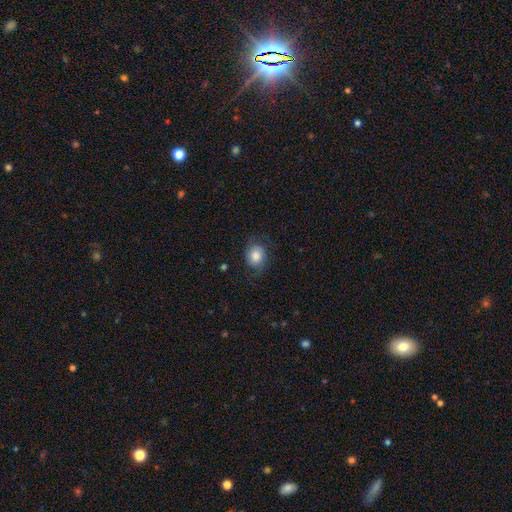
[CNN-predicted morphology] Smooth or featured?
  - smooth: 75% *
  - featured or disk: 16%
  - star or artifact: 8%
How rounded?
  - round: 68% *
  - in between: 32%
  - cigar-shaped: 1%
Merging?
  - none: 70% *
  - minor disturbance: 20%
  - major disturbance: 9%
  - merger: 1%